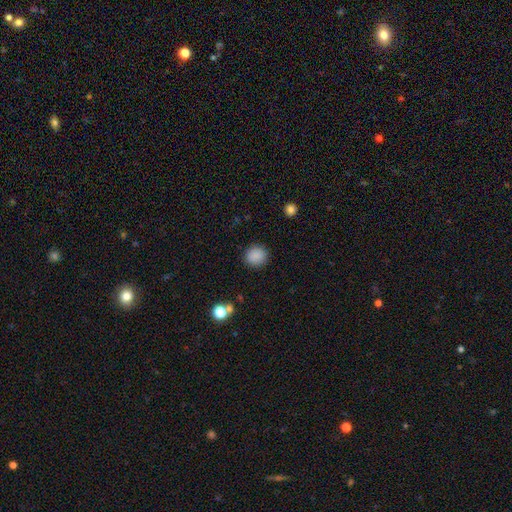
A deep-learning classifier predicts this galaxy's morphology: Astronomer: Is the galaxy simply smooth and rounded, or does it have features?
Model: smooth — 87%.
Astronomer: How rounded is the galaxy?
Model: round — 84%.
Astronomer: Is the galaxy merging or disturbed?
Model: none — 89%.